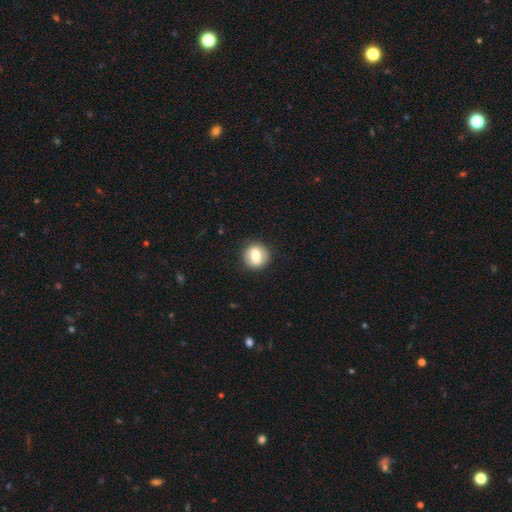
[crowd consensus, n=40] This appears to be a smooth galaxy with no disk features (68%) that is round (78%). Merging: none (82%).